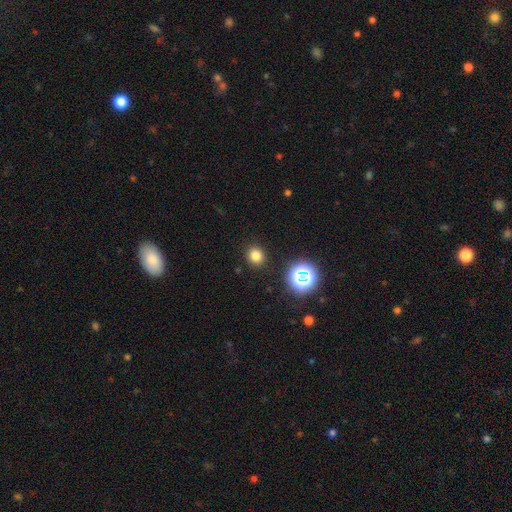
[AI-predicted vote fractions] smooth 77%, star or artifact 18%, featured or disk 6%. Down the decision tree: how rounded — round (83%); merging — none (90%).